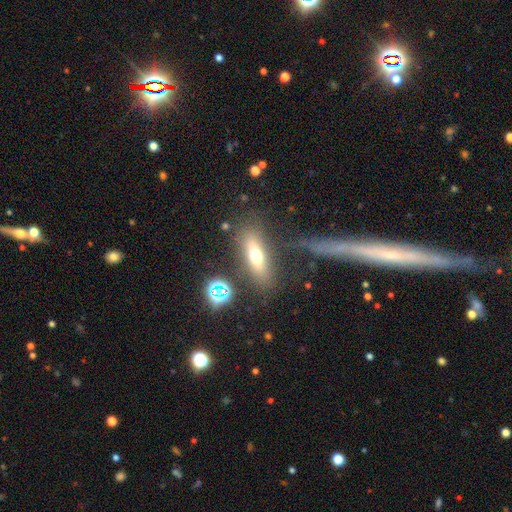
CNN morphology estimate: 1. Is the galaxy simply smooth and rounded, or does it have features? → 55% smooth, 33% featured or disk, 12% star or artifact.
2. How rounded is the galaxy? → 54% in between, 41% cigar-shaped, 6% round.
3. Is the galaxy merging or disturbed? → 64% none, 17% minor disturbance, 14% major disturbance, 5% merger.